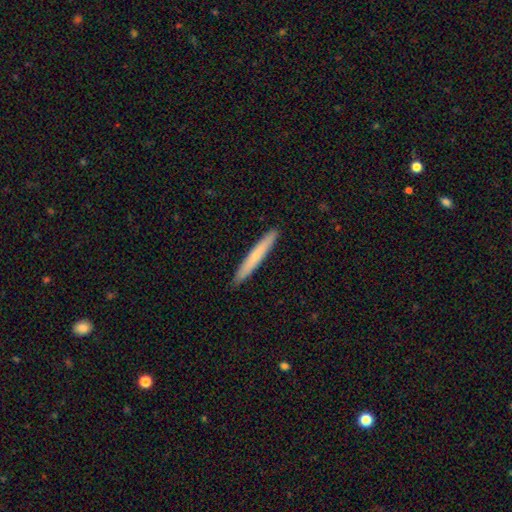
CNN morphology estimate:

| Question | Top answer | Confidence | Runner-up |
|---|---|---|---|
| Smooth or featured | smooth | 65% | featured or disk (30%) |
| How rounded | cigar-shaped | 97% | in between (2%) |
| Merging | none | 92% | minor disturbance (5%) |